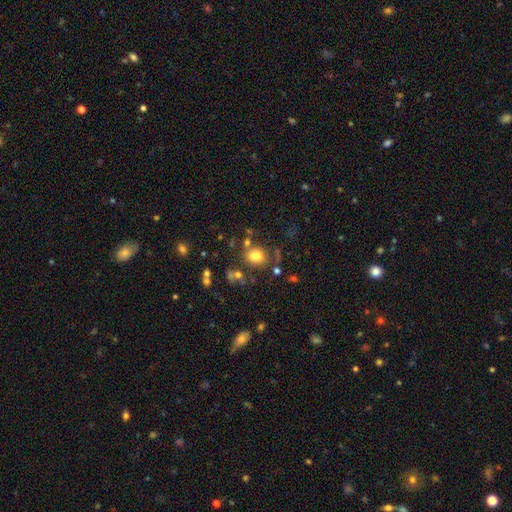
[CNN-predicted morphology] smooth-or-featured: smooth: 76% | star or artifact: 15% | featured or disk: 9%
  how-rounded: in between: 49% (tied) | round: 49% (tied) | cigar-shaped: 1%
  merging: none: 63% | merger: 16% | minor disturbance: 15% | major disturbance: 7%